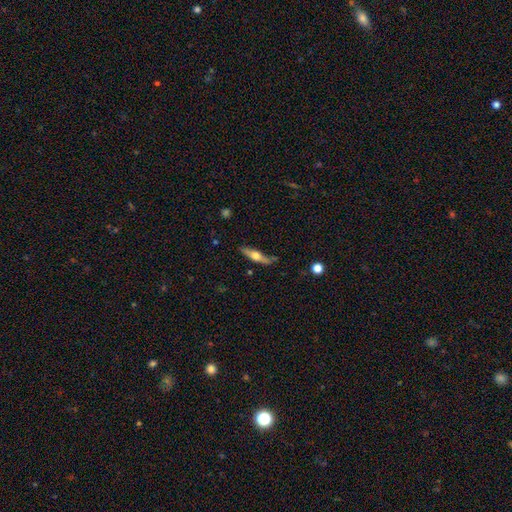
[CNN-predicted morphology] The model was most divided on "smooth or featured": featured or disk: 53%, smooth: 42%, star or artifact: 6%. More confident: edge-on disk — yes (92%); merging — none (75%).